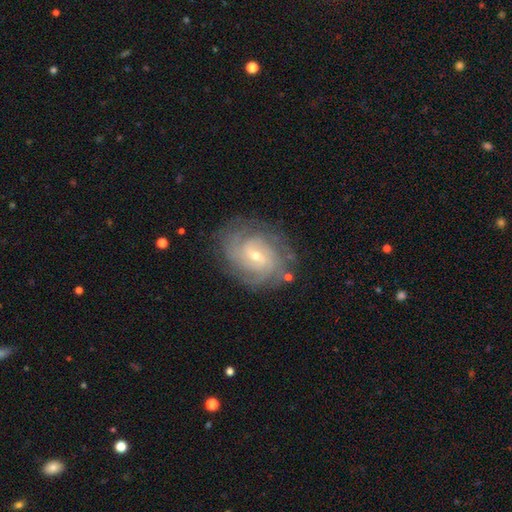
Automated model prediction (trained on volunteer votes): Smooth or featured: featured or disk — 85% (smooth — 8%)
Edge-on disk: no — 97% (yes — 3%)
Bar: weak — 53% (no — 34%)
Spiral arms: yes — 96% (no — 4%)
Spiral winding: tight — 69% (medium — 26%)
Spiral arm count: can't tell — 33% (4 — 23%)
Bulge size: small — 64% (moderate — 33%)
Merging: none — 80% (minor disturbance — 14%)